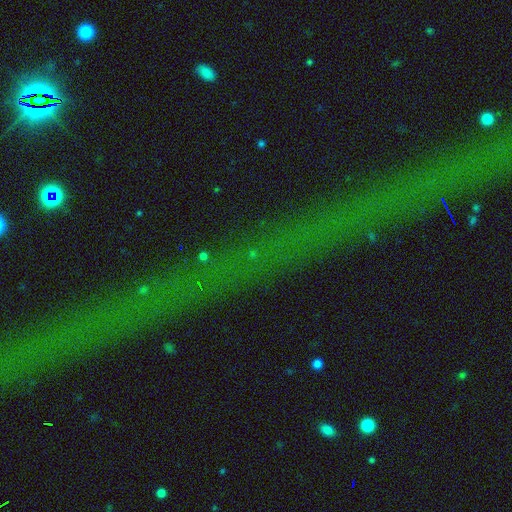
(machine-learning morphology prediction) Smooth or featured?
  - star or artifact: 74% *
  - featured or disk: 16%
  - smooth: 11%